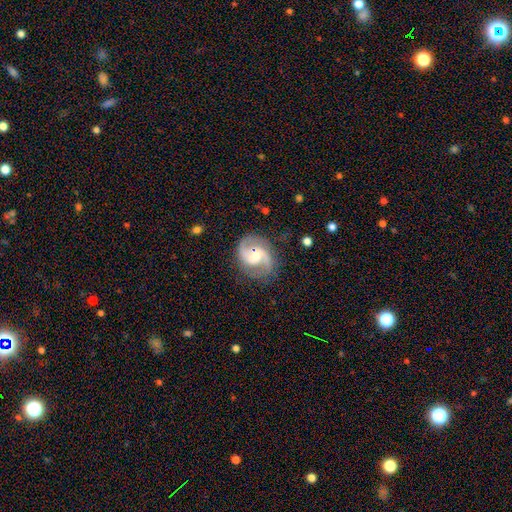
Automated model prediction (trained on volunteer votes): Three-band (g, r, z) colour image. It shows a featured or disk galaxy (89%) with a weak bar (48%), 2 (92%) medium (58%) spiral arms (97%) and a moderate central bulge (58%). Merging: none (78%).